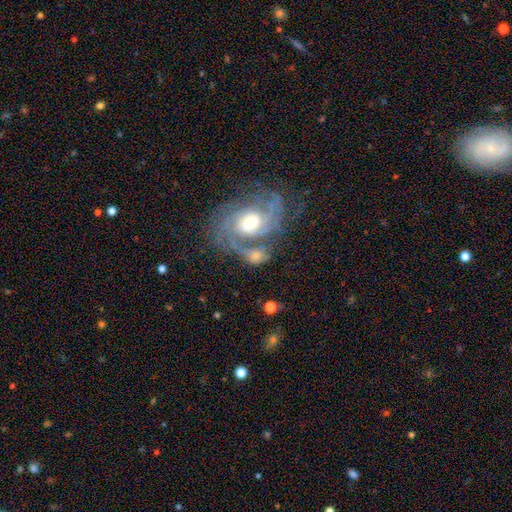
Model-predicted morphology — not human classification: Smooth or featured? Predicted: featured or disk (p=0.76). Edge-on disk? Predicted: no (p=0.97). Bar? Predicted: no (p=0.60). Spiral arms? Predicted: yes (p=0.92). Spiral winding? Predicted: tight (p=0.41). Spiral arm count? Predicted: 2 (p=0.35). Bulge size? Predicted: moderate (p=0.58). Merging? Predicted: merger (p=0.38).